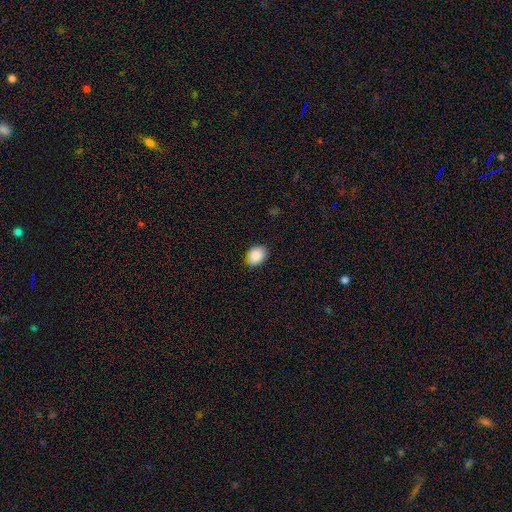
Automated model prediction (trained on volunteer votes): A smooth galaxy with no disk features (88%) that is in between round and cigar-shaped (60%).

Vote fractions:
- Smooth or featured? smooth: 88% / star or artifact: 8% / featured or disk: 4%
- How rounded? in between: 60% / round: 39% / cigar-shaped: 1%
- Merging? none: 82% / minor disturbance: 15% / major disturbance: 2% / merger: 1%